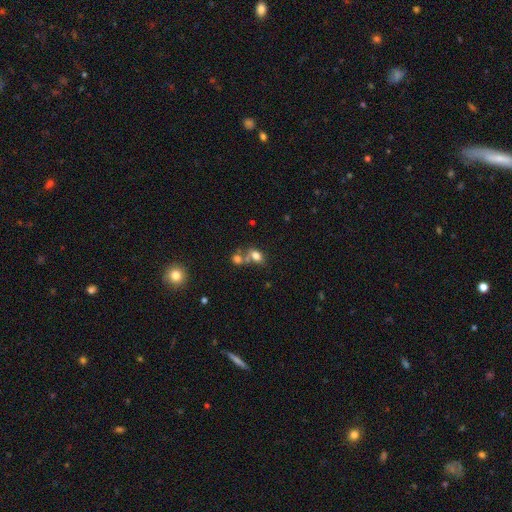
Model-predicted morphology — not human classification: Smooth or featured?
  - smooth: 74% *
  - featured or disk: 13%
  - star or artifact: 13%
How rounded?
  - in between: 71% *
  - round: 27%
  - cigar-shaped: 2%
Merging?
  - merger: 47% *
  - none: 36%
  - minor disturbance: 11%
  - major disturbance: 6%